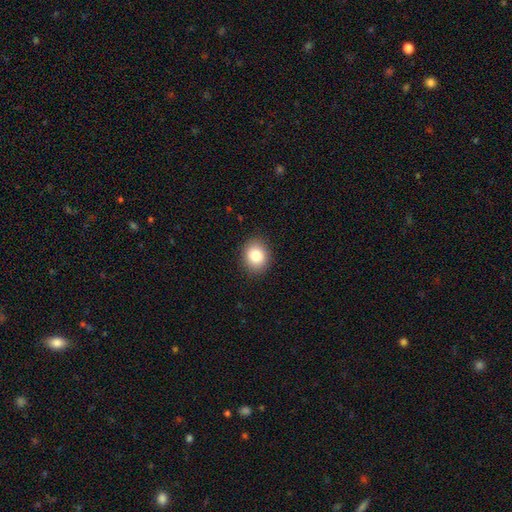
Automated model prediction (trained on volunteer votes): smooth_or_featured: smooth (p=0.83) [alt: star or artifact p=0.10]
how_rounded: round (p=0.63) [alt: in between p=0.36]
merging: none (p=0.90) [alt: minor disturbance p=0.07]